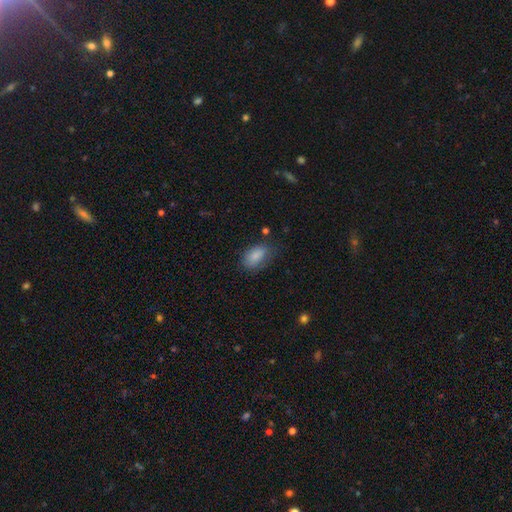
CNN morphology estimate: Smooth or featured? smooth (85%)
How rounded? in between (91%)
Merging? none (66%)